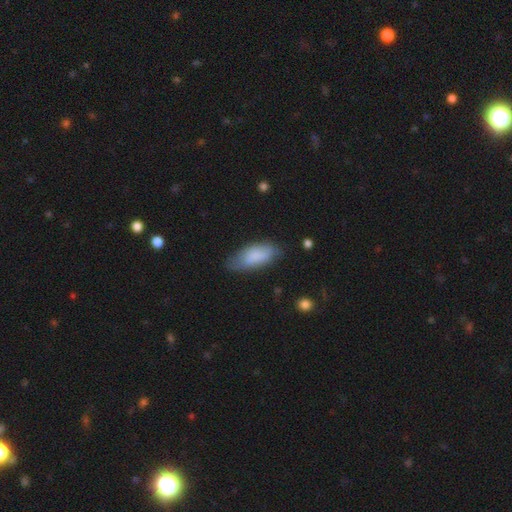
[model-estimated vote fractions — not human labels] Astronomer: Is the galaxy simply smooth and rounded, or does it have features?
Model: smooth — 81%.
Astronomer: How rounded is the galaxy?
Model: in between — 84%.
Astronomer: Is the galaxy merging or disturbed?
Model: none — 66%.